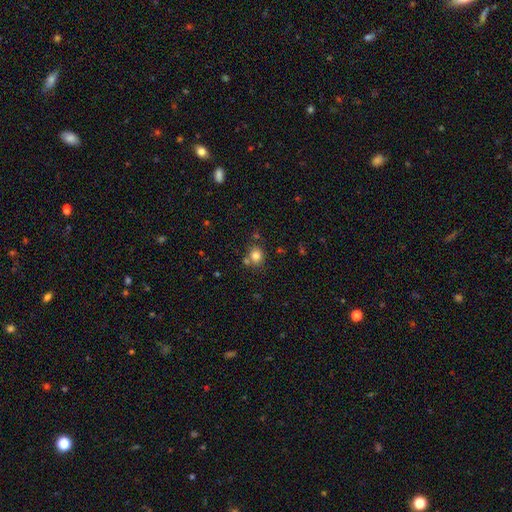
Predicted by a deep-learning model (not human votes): smooth-or-featured: smooth: 80% | star or artifact: 13% | featured or disk: 7%
  how-rounded: round: 76% | in between: 23% | cigar-shaped: 1%
  merging: none: 70% | merger: 15% | minor disturbance: 11% | major disturbance: 3%